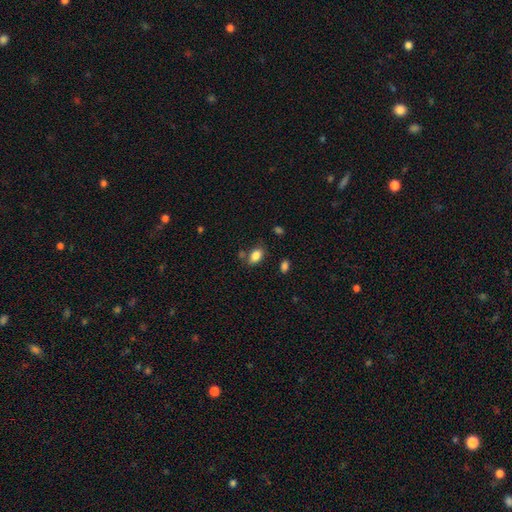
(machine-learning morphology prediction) Smooth or featured?
  - smooth: 84% *
  - star or artifact: 9%
  - featured or disk: 7%
How rounded?
  - in between: 87% *
  - round: 11%
  - cigar-shaped: 2%
Merging?
  - none: 73% *
  - minor disturbance: 16%
  - merger: 8%
  - major disturbance: 4%